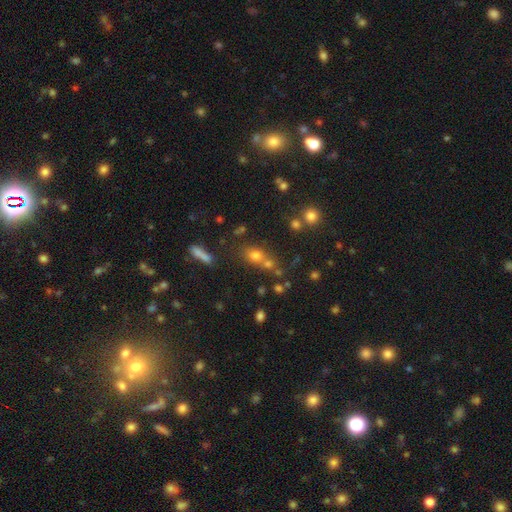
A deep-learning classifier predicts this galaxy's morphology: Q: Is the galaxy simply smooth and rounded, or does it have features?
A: smooth — 67%.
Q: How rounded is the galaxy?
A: round — 61%.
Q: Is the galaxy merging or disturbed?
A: none — 46%.